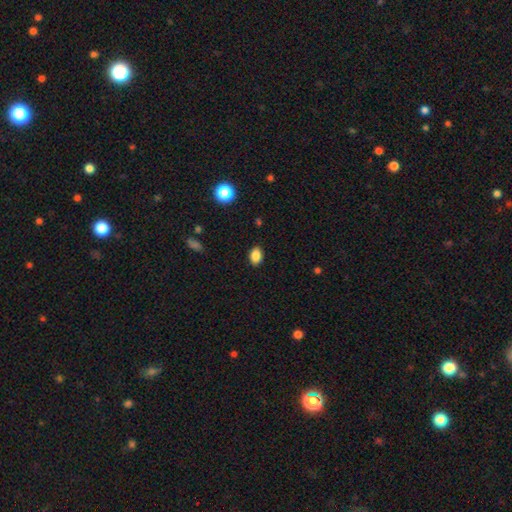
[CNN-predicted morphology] A smooth galaxy with no disk features (85%) that is in between round and cigar-shaped (80%).

Vote fractions:
- Smooth or featured? smooth: 85% / star or artifact: 10% / featured or disk: 5%
- How rounded? in between: 80% / round: 19% / cigar-shaped: 1%
- Merging? none: 87% / minor disturbance: 9% / major disturbance: 2% / merger: 1%